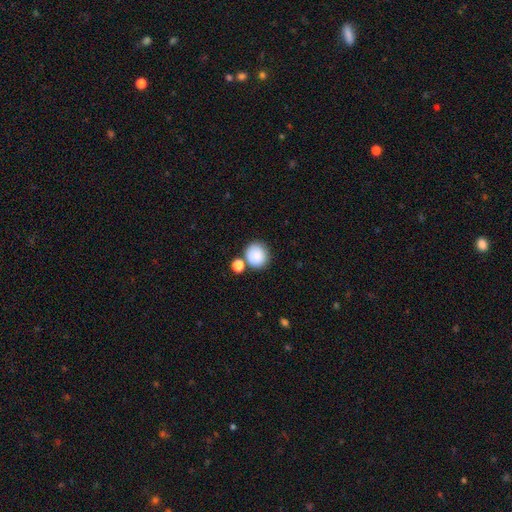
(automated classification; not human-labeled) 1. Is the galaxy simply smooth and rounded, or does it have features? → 84% smooth, 8% star or artifact, 8% featured or disk.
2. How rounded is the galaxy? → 82% round, 17% in between, 1% cigar-shaped.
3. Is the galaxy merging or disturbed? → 64% none, 19% merger, 13% minor disturbance, 4% major disturbance.